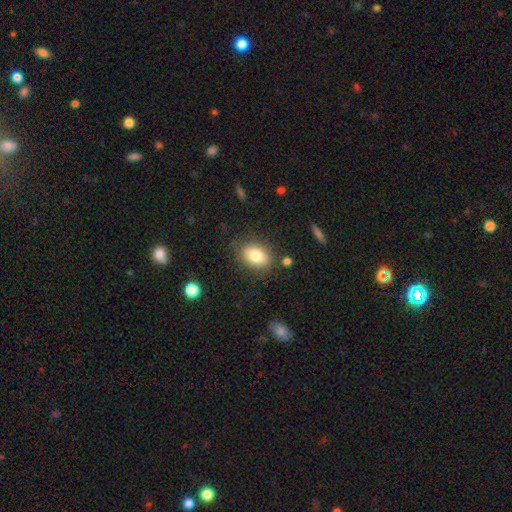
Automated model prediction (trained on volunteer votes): smooth-or-featured: smooth: 81% | featured or disk: 11% | star or artifact: 9%
  how-rounded: in between: 73% | round: 26% | cigar-shaped: 1%
  merging: none: 82% | minor disturbance: 12% | major disturbance: 4% | merger: 2%